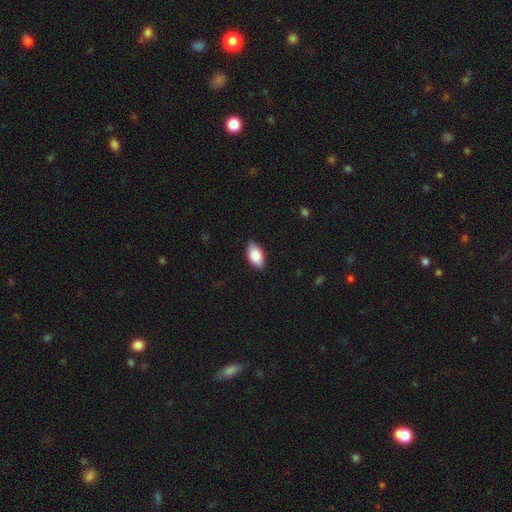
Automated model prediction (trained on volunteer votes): Smooth or featured?
  - smooth: 84% *
  - featured or disk: 10%
  - star or artifact: 6%
How rounded?
  - in between: 93% *
  - round: 4%
  - cigar-shaped: 3%
Merging?
  - none: 86% *
  - minor disturbance: 11%
  - major disturbance: 2%
  - merger: 1%